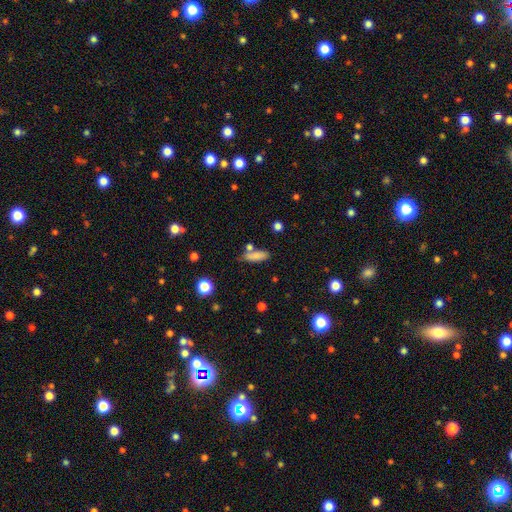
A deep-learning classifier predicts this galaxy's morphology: Smooth or featured: smooth — 82% (featured or disk — 9%)
How rounded: in between — 56% (cigar-shaped — 41%)
Merging: none — 68% (minor disturbance — 15%)